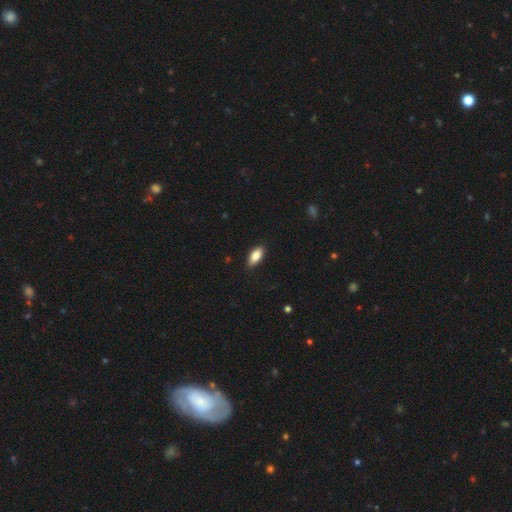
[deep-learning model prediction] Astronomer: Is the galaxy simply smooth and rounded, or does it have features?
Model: smooth — 85%.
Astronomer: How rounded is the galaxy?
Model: in between — 88%.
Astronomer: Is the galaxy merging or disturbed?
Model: none — 87%.